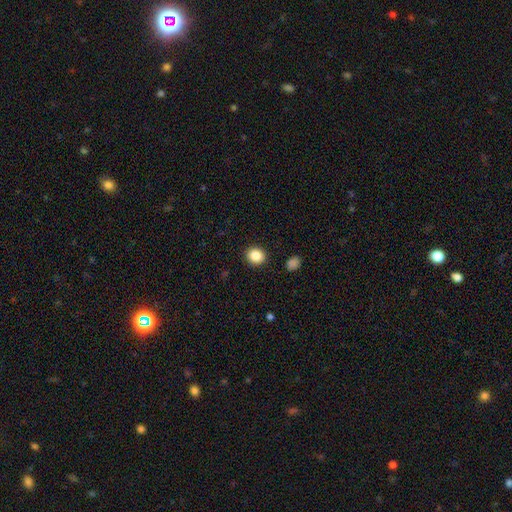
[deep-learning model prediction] Smooth or featured? Predicted: smooth (p=0.86). How rounded? Predicted: round (p=0.82). Merging? Predicted: none (p=0.92).